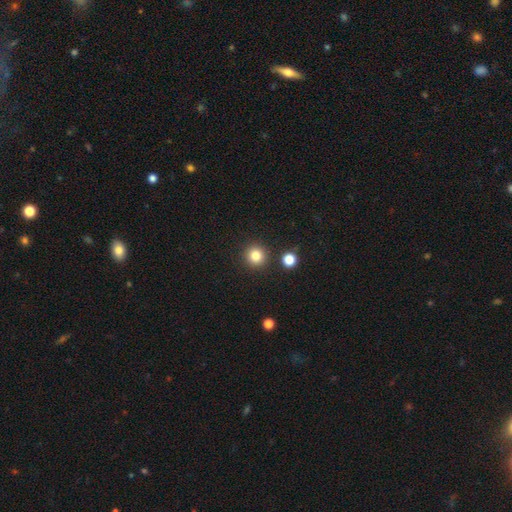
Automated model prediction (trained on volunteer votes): This is clearly a smooth galaxy (82%). How rounded: clearly round (95%). Merging: clearly none (90%).